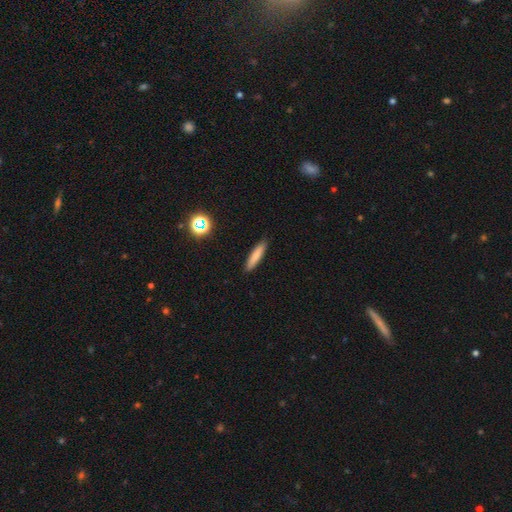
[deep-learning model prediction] Overall: smooth (80%). How rounded: cigar-shaped (85%). Merging: none (90%).